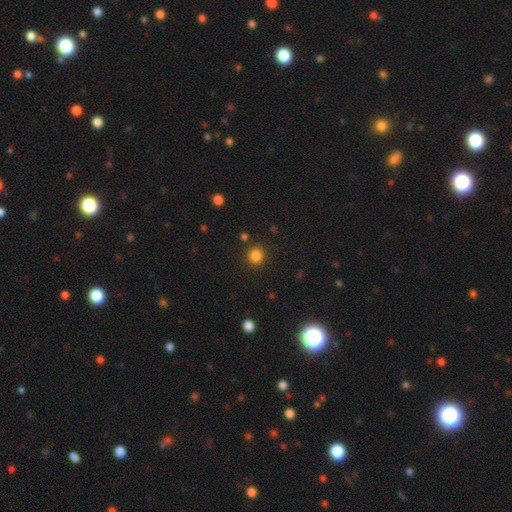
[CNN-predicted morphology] A smooth galaxy with no disk features (83%) that is round (91%).

Vote fractions:
- Smooth or featured? smooth: 83% / star or artifact: 13% / featured or disk: 4%
- How rounded? round: 91% / in between: 8% / cigar-shaped: 1%
- Merging? none: 89% / minor disturbance: 6% / merger: 2% / major disturbance: 2%